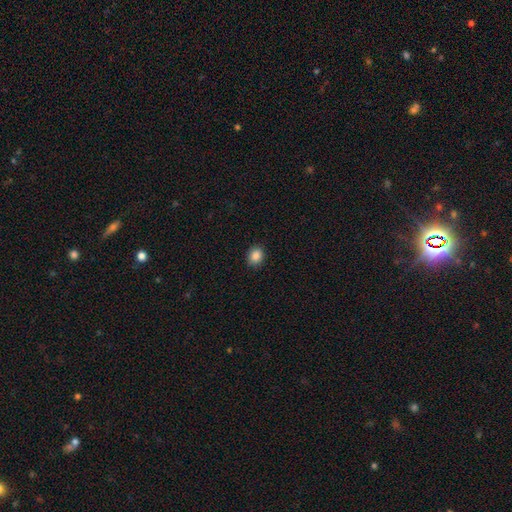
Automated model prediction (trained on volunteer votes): smooth_or_featured: smooth (p=0.87) [alt: star or artifact p=0.09]
how_rounded: round (p=0.65) [alt: in between p=0.34]
merging: none (p=0.90) [alt: minor disturbance p=0.07]